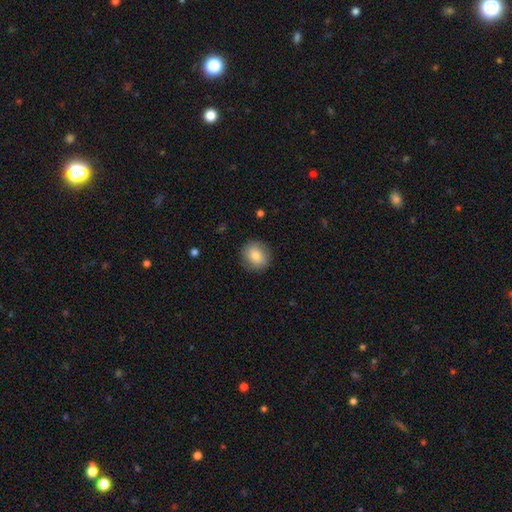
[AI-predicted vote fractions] smooth_or_featured: smooth (p=0.80) [alt: featured or disk p=0.11]
how_rounded: round (p=0.76) [alt: in between p=0.23]
merging: none (p=0.88) [alt: minor disturbance p=0.09]